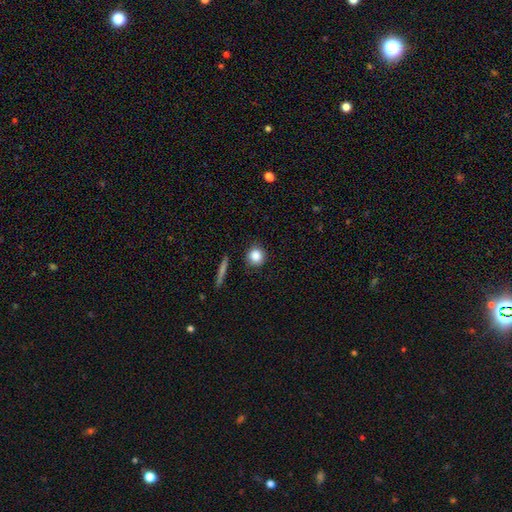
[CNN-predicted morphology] This is clearly a smooth galaxy (85%). How rounded: clearly round (90%). Merging: clearly none (87%).